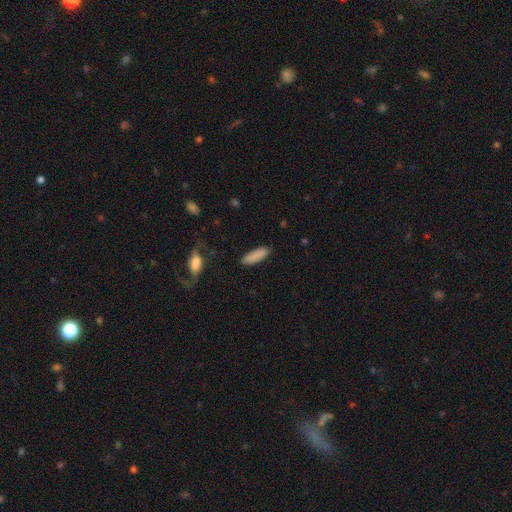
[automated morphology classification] smooth_or_featured: smooth (p=0.87) [alt: featured or disk p=0.06]
how_rounded: in between (p=0.58) [alt: cigar-shaped p=0.41]
merging: none (p=0.86) [alt: minor disturbance p=0.10]